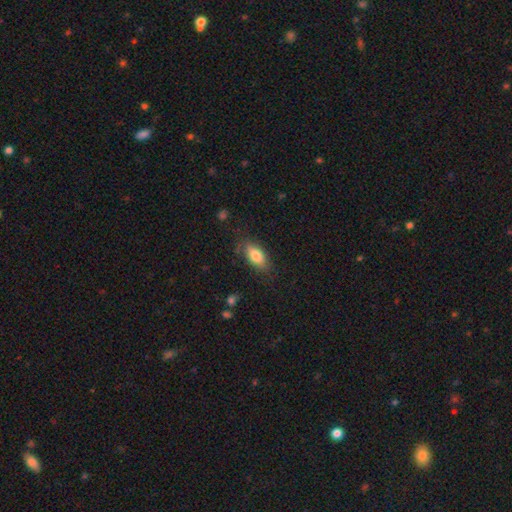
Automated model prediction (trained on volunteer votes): Overall: smooth (79%). How rounded: in between (87%). Merging: none (76%).